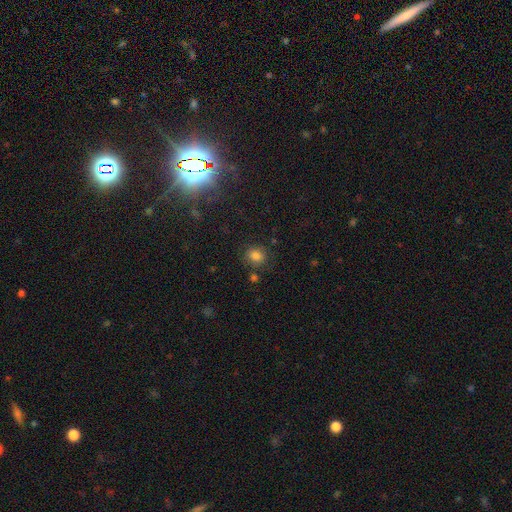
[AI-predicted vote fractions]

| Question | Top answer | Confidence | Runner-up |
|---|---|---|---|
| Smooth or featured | smooth | 79% | star or artifact (14%) |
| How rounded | round | 64% | in between (35%) |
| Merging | none | 78% | minor disturbance (13%) |